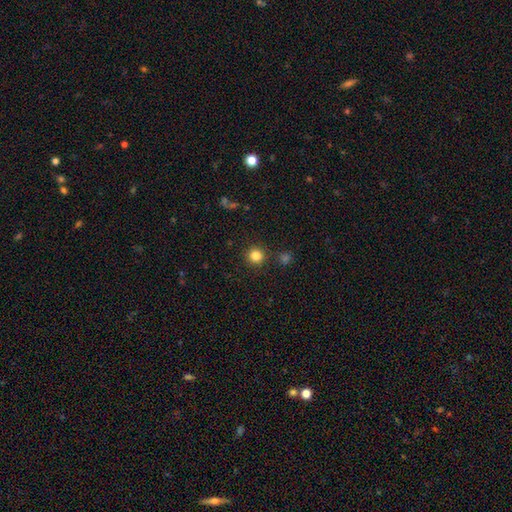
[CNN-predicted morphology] smooth 83%, star or artifact 12%, featured or disk 5%. Down the decision tree: how rounded — round (94%); merging — none (89%).